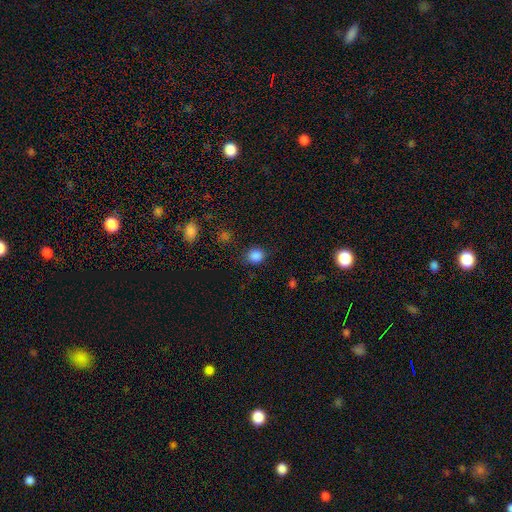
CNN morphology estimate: A smooth galaxy with no disk features (85%) that is round (81%). Merging: none (84%).